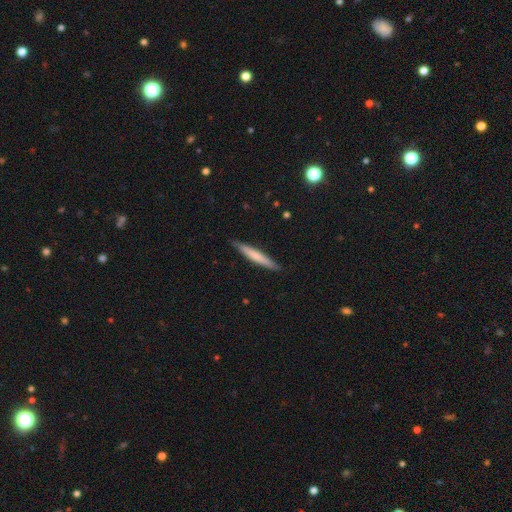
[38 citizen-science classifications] Smooth or featured? smooth (68%)
How rounded? cigar-shaped (100%)
Merging? none (89%)